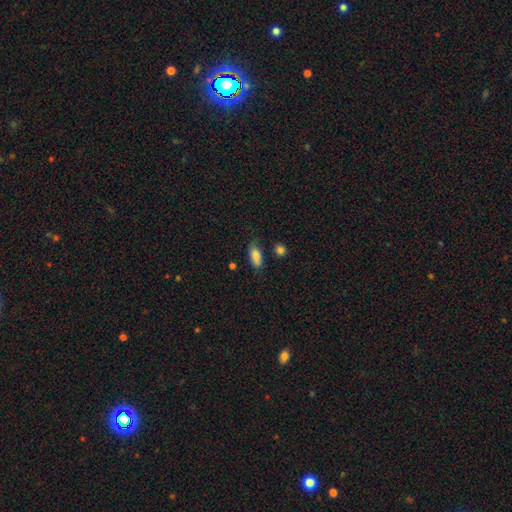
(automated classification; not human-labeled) Smooth or featured: smooth — 83% (featured or disk — 9%)
How rounded: in between — 83% (cigar-shaped — 14%)
Merging: none — 69% (minor disturbance — 22%)